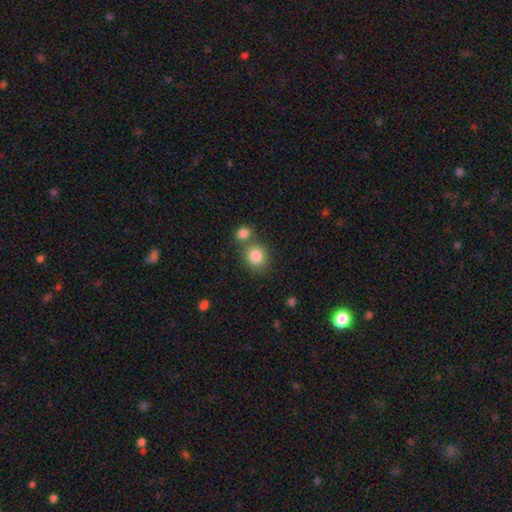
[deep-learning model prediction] Smooth or featured?
  - smooth: 84% *
  - star or artifact: 9%
  - featured or disk: 7%
How rounded?
  - round: 75% *
  - in between: 24%
  - cigar-shaped: 1%
Merging?
  - none: 58% *
  - merger: 30%
  - minor disturbance: 9%
  - major disturbance: 3%